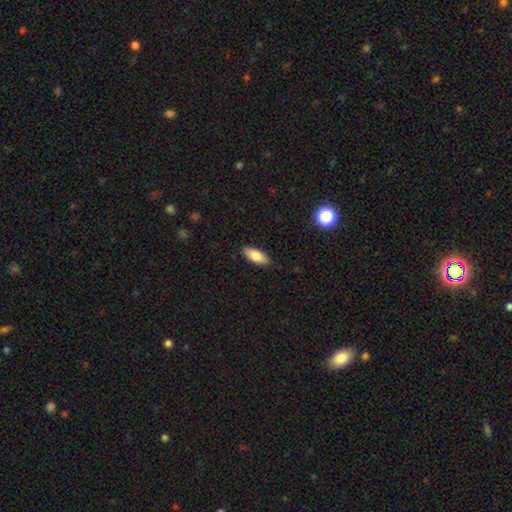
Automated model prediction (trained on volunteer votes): This appears to be a smooth galaxy with no disk features (83%) that is in between round and cigar-shaped (80%). Merging: none (88%).